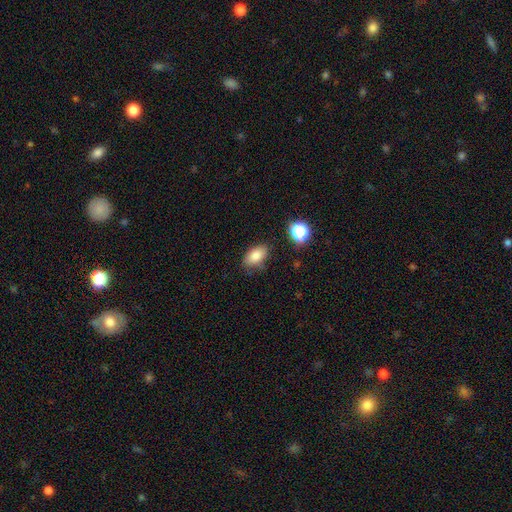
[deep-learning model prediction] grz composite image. It shows a smooth galaxy with no disk features (82%) that is in between round and cigar-shaped (89%). Merging: none (76%).